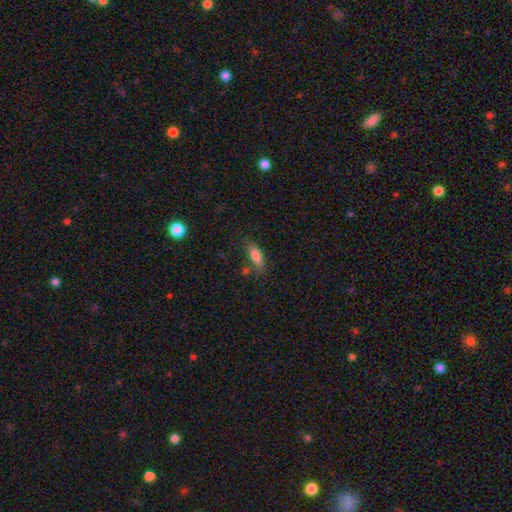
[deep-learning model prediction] Morphology: type=smooth (80%); roundness=in between (68%); merging=none (71%).